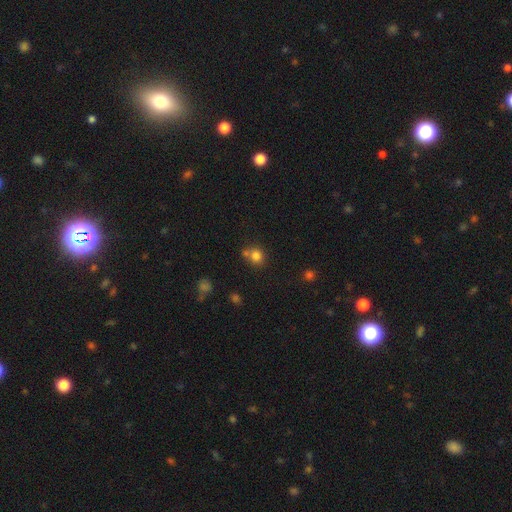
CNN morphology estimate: Smooth or featured? smooth (81%)
How rounded? round (84%)
Merging? none (59%)